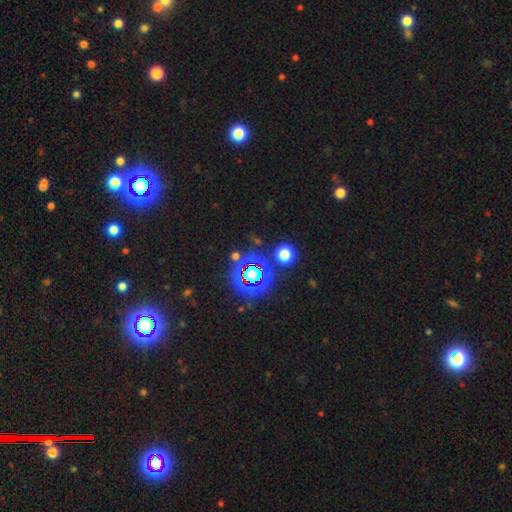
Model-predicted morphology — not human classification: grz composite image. It shows a star or artifact, not a galaxy (76%).